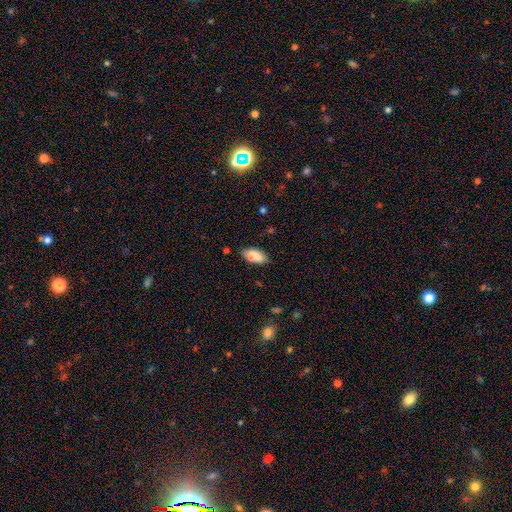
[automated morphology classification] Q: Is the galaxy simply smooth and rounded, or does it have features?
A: smooth — 80%.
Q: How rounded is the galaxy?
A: in between — 89%.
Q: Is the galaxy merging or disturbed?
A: none — 70%.